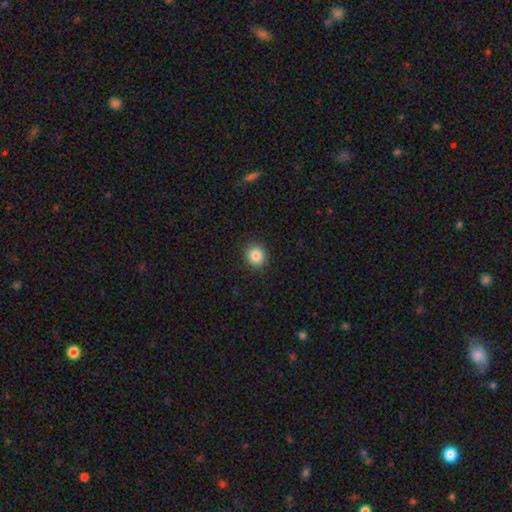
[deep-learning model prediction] Overall: smooth (85%). How rounded: round (85%). Merging: none (91%).